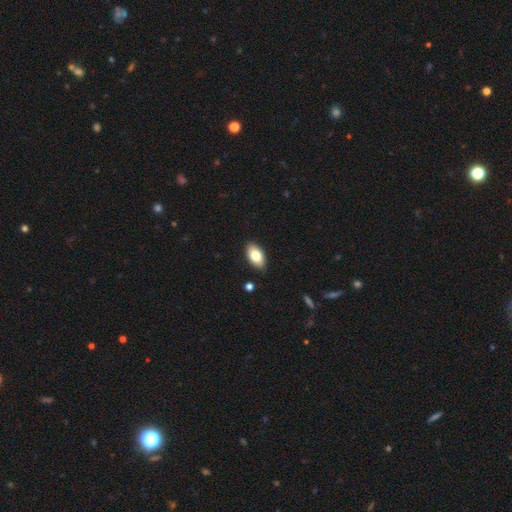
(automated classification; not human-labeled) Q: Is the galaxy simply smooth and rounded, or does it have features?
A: smooth — 80%.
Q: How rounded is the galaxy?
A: in between — 93%.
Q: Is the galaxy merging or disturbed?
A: none — 88%.